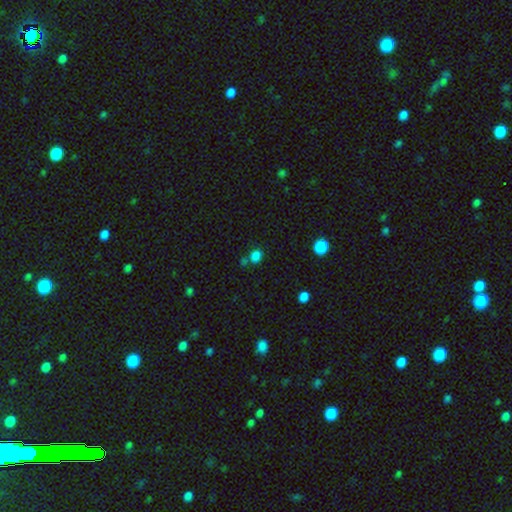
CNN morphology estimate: smooth_or_featured: smooth (p=0.77) [alt: star or artifact p=0.18]
how_rounded: round (p=0.55) [alt: in between p=0.44]
merging: none (p=0.59) [alt: merger p=0.23]